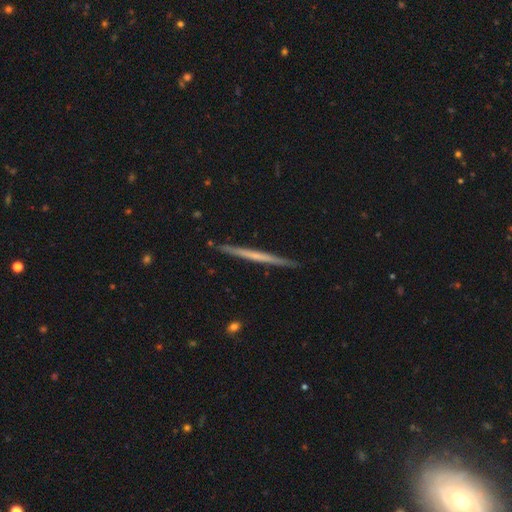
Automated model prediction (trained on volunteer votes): Smooth or featured: featured or disk — 56% (smooth — 39%)
Edge-on disk: yes — 98% (no — 2%)
Edge-on bulge: none — 89% (rounded — 7%)
Merging: none — 91% (minor disturbance — 7%)